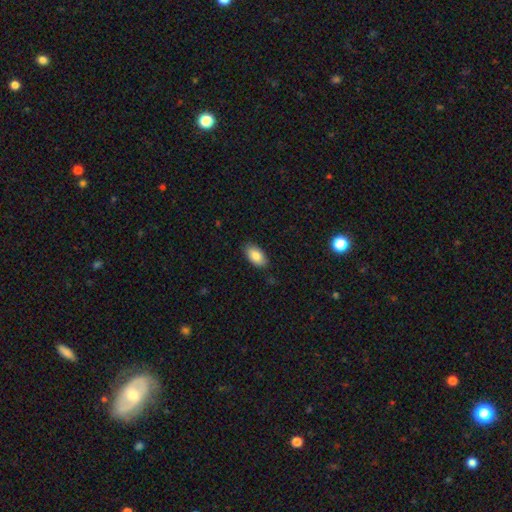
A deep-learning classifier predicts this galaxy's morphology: smooth_or_featured: smooth (p=0.85) [alt: featured or disk p=0.08]
how_rounded: in between (p=0.94) [alt: round p=0.04]
merging: none (p=0.85) [alt: minor disturbance p=0.11]